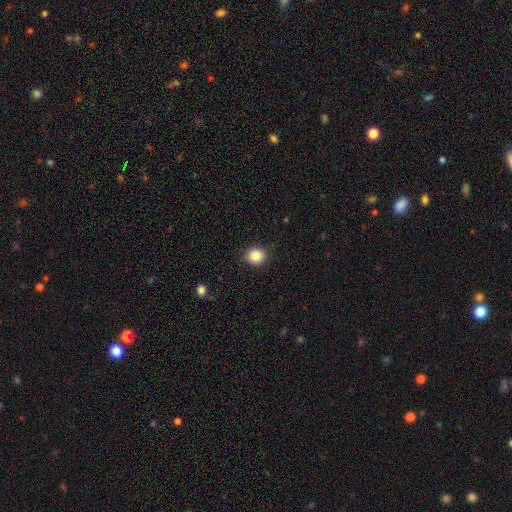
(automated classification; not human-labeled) smooth 86%, star or artifact 10%, featured or disk 5%. Down the decision tree: how rounded — round (79%); merging — none (89%).